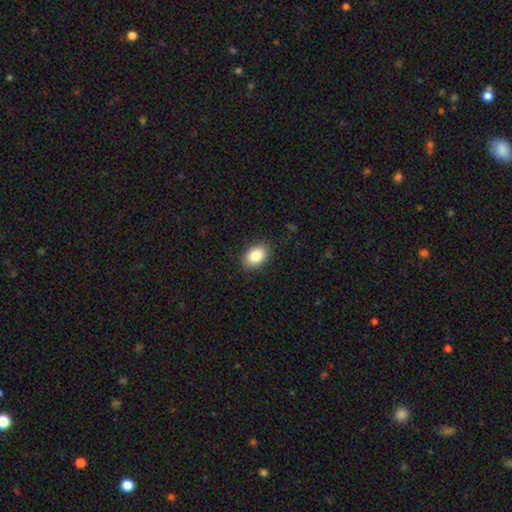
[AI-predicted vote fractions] smooth-or-featured: smooth: 88% | star or artifact: 7% | featured or disk: 5%
  how-rounded: in between: 86% | round: 13% | cigar-shaped: 1%
  merging: none: 87% | minor disturbance: 9% | major disturbance: 3% | merger: 1%